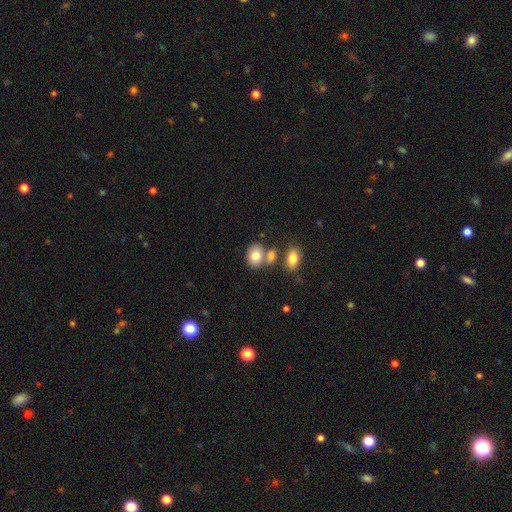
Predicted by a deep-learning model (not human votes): Smooth or featured? smooth (79%)
How rounded? in between (58%)
Merging? none (53%)